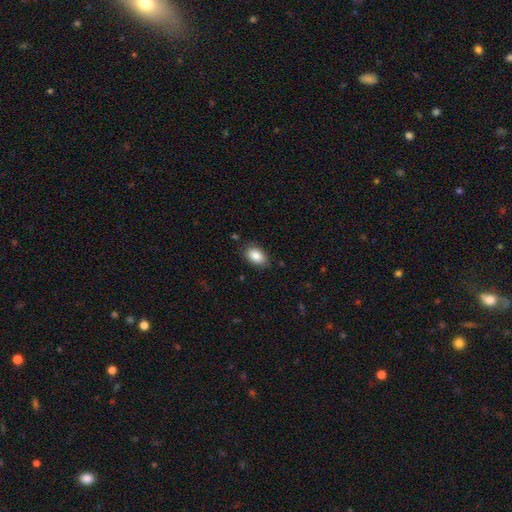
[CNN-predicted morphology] smooth_or_featured: smooth (p=0.86) [alt: star or artifact p=0.07]
how_rounded: in between (p=0.91) [alt: round p=0.07]
merging: none (p=0.84) [alt: minor disturbance p=0.12]